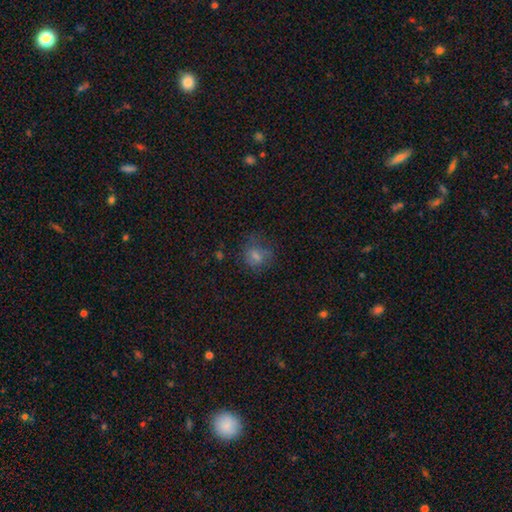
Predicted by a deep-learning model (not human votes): A smooth galaxy with no disk features (56%) that is round (70%). Merging: none (61%).